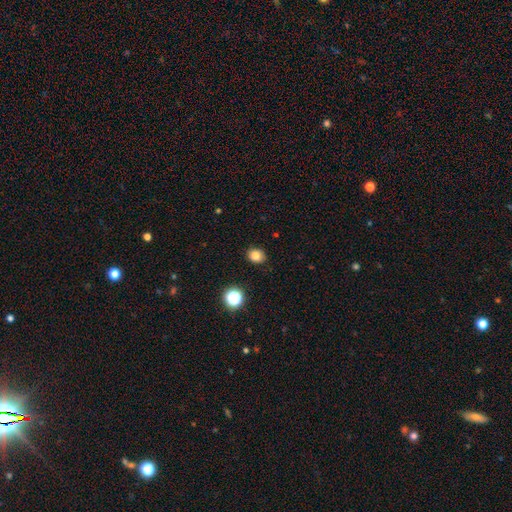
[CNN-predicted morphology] smooth_or_featured: smooth (p=0.82) [alt: star or artifact p=0.13]
how_rounded: round (p=0.58) [alt: in between p=0.42]
merging: none (p=0.88) [alt: minor disturbance p=0.09]